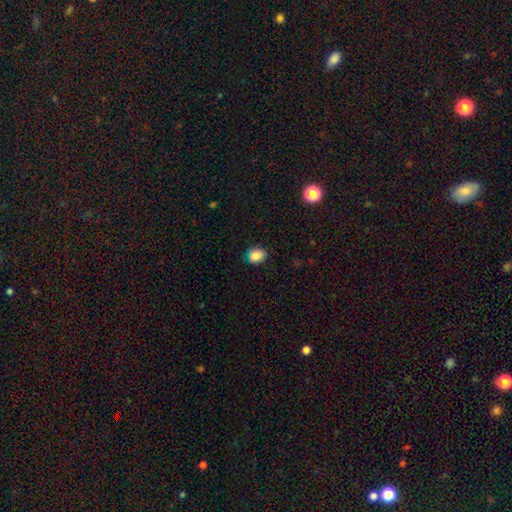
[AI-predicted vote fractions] Morphology: type=smooth (86%); roundness=in between (54%); merging=none (83%).